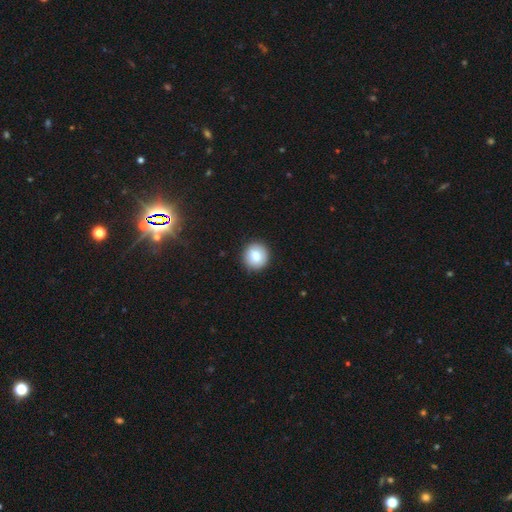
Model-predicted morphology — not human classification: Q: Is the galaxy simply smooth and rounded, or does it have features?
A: smooth — 79%.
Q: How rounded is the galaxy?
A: round — 94%.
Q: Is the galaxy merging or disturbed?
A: none — 92%.